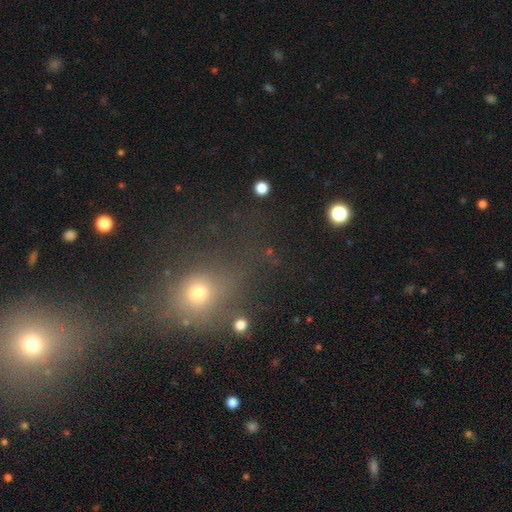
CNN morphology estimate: This is possibly a smooth galaxy (46%). Merging: marginally none (45%).